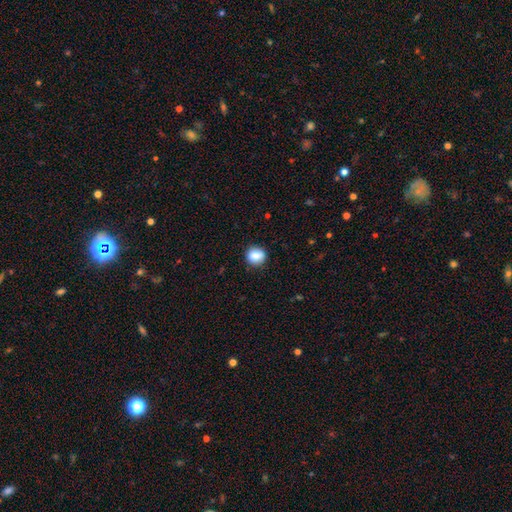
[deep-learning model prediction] smooth 84%, star or artifact 9%, featured or disk 7%. Down the decision tree: how rounded — round (80%); merging — none (87%).